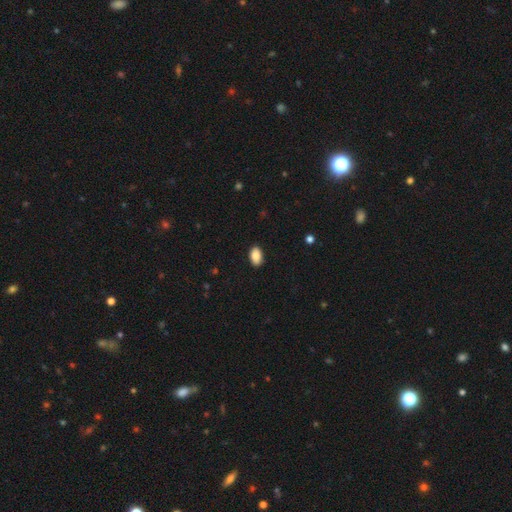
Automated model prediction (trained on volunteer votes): A smooth galaxy with no disk features (88%) that is in between round and cigar-shaped (92%).

Vote fractions:
- Smooth or featured? smooth: 88% / star or artifact: 7% / featured or disk: 5%
- How rounded? in between: 92% / round: 6% / cigar-shaped: 1%
- Merging? none: 89% / minor disturbance: 8% / major disturbance: 2% / merger: 1%